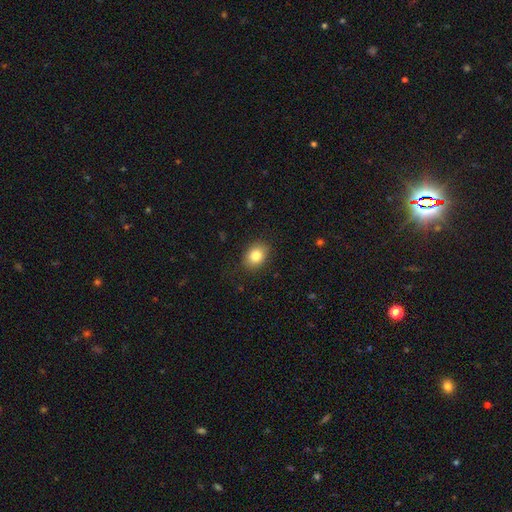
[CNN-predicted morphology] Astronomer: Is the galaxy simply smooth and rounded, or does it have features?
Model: smooth — 83%.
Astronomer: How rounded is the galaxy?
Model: in between — 59% (runner-up: round, 40%).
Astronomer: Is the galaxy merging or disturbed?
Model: none — 87%.